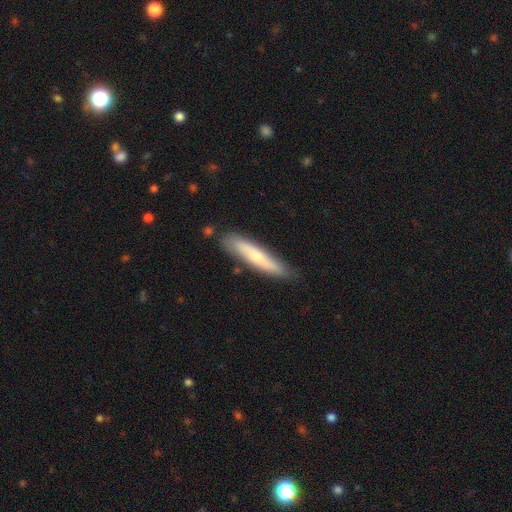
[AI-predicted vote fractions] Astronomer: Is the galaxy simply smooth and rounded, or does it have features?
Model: smooth — 59% (runner-up: featured or disk, 36%).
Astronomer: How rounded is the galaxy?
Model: cigar-shaped — 85%.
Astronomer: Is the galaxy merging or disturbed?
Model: none — 79%.